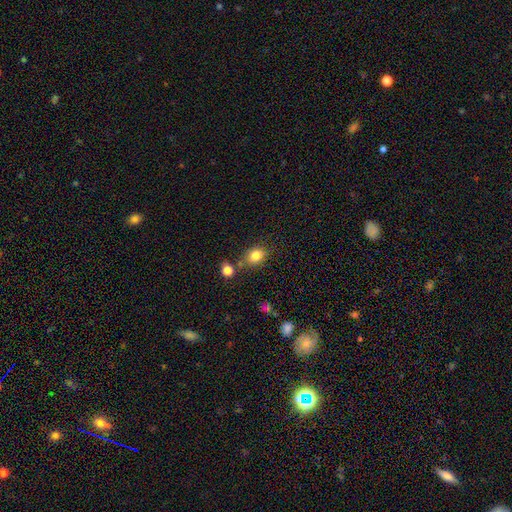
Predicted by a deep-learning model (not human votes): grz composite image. It shows a smooth galaxy with no disk features (82%) that is round (55%). Merging: none (67%).